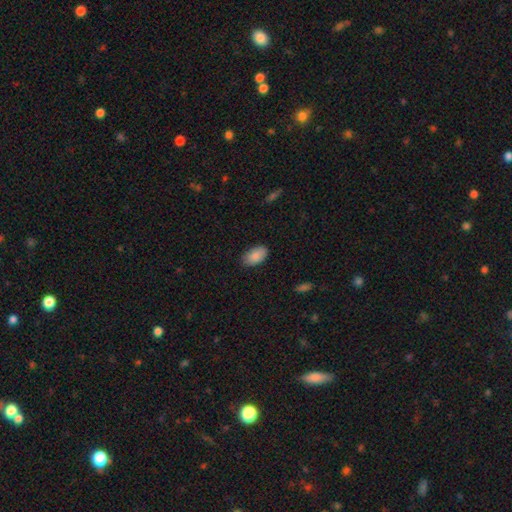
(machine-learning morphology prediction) A smooth galaxy with no disk features (86%) that is in between round and cigar-shaped (93%).

Vote fractions:
- Smooth or featured? smooth: 86% / featured or disk: 7% / star or artifact: 7%
- How rounded? in between: 93% / round: 5% / cigar-shaped: 1%
- Merging? none: 82% / minor disturbance: 15% / major disturbance: 2% / merger: 1%